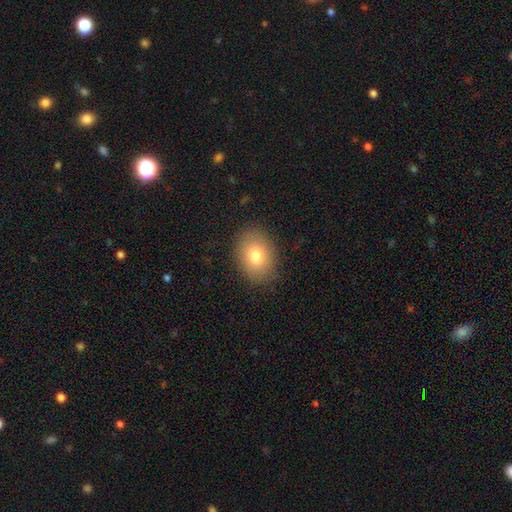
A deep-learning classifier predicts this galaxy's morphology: type=smooth (80%); roundness=in between (72%); merging=none (87%).